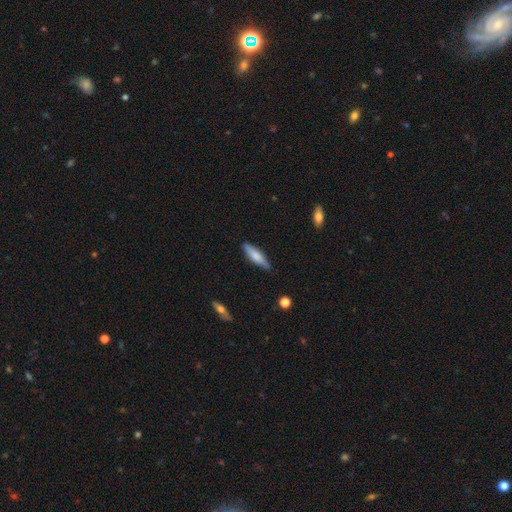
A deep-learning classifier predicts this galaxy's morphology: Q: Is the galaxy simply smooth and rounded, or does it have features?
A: smooth — 66%.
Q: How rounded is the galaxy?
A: cigar-shaped — 72%.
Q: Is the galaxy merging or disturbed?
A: none — 85%.